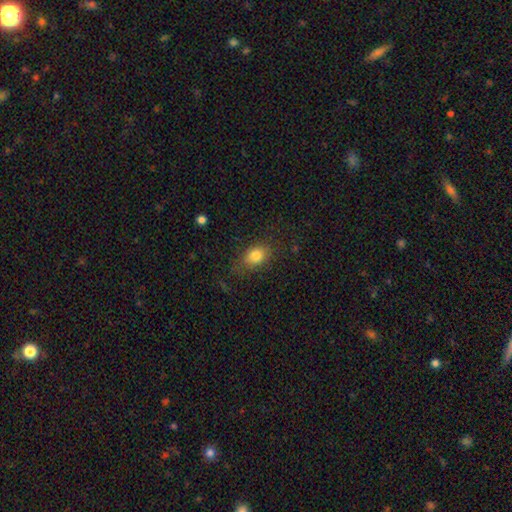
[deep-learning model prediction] smooth_or_featured: smooth (p=0.81) [alt: star or artifact p=0.10]
how_rounded: in between (p=0.71) [alt: round p=0.27]
merging: none (p=0.76) [alt: minor disturbance p=0.16]